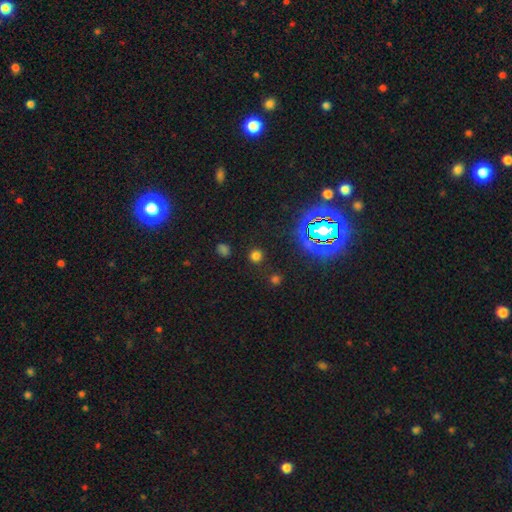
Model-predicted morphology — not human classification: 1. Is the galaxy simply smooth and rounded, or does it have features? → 64% smooth, 30% star or artifact, 6% featured or disk.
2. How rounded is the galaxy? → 90% round, 9% in between, 1% cigar-shaped.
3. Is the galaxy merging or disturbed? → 87% none, 7% minor disturbance, 3% major disturbance, 3% merger.